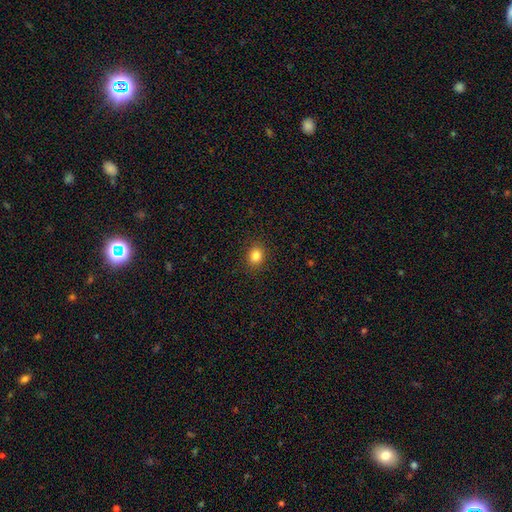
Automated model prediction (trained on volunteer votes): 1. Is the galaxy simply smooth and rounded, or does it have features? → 83% smooth, 12% star or artifact, 5% featured or disk.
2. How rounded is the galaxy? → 72% round, 27% in between, 1% cigar-shaped.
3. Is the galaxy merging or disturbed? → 90% none, 7% minor disturbance, 2% major disturbance, 1% merger.